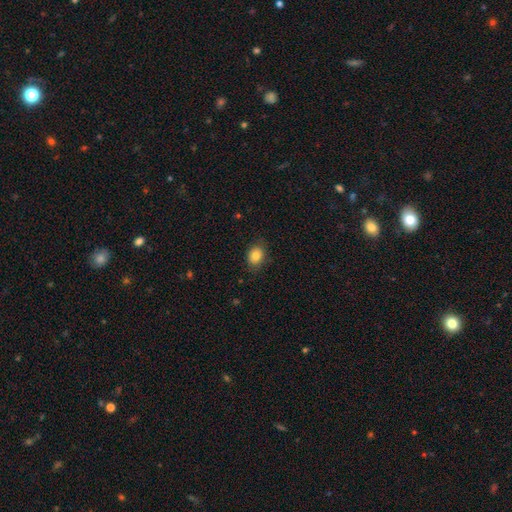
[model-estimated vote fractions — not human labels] smooth-or-featured: smooth: 83% | star or artifact: 9% | featured or disk: 7%
  how-rounded: in between: 52% | round: 47% | cigar-shaped: 1%
  merging: none: 81% | minor disturbance: 14% | major disturbance: 3% | merger: 1%